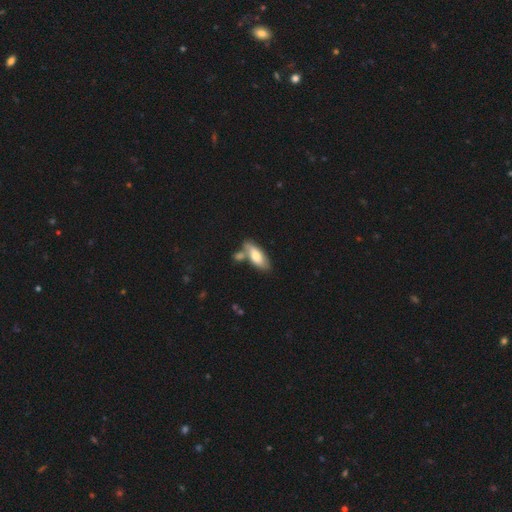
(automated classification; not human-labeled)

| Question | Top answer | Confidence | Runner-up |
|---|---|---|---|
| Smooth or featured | smooth | 68% | featured or disk (26%) |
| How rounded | in between | 76% | cigar-shaped (21%) |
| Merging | none | 55% | merger (26%) |